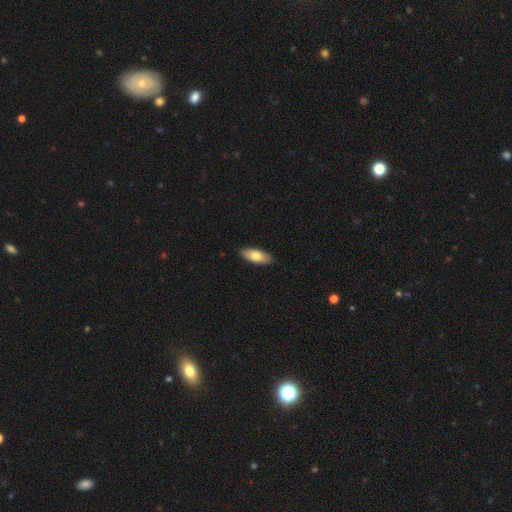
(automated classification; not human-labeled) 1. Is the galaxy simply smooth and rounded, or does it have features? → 76% smooth, 18% featured or disk, 6% star or artifact.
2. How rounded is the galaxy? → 80% in between, 18% cigar-shaped, 2% round.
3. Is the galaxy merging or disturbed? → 89% none, 8% minor disturbance, 2% major disturbance, 1% merger.